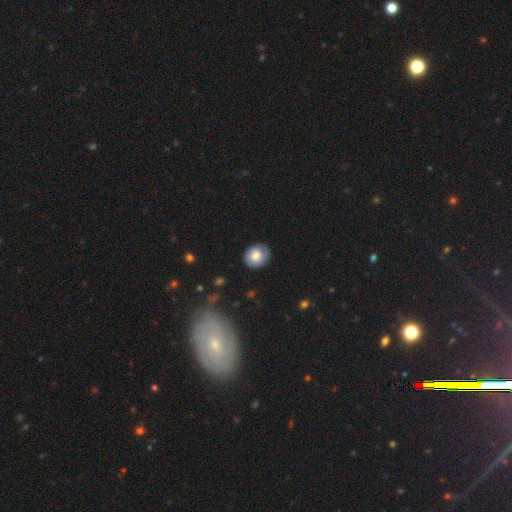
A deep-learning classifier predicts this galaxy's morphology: A smooth galaxy with no disk features (74%) that is round (69%). Merging: none (82%).